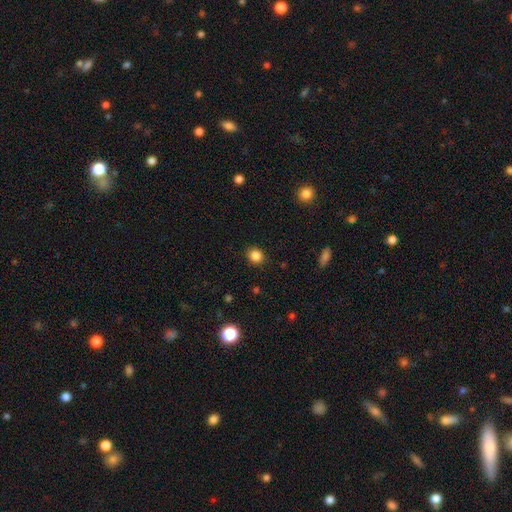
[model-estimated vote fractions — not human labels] Overall: smooth (85%). How rounded: round (80%). Merging: none (89%).